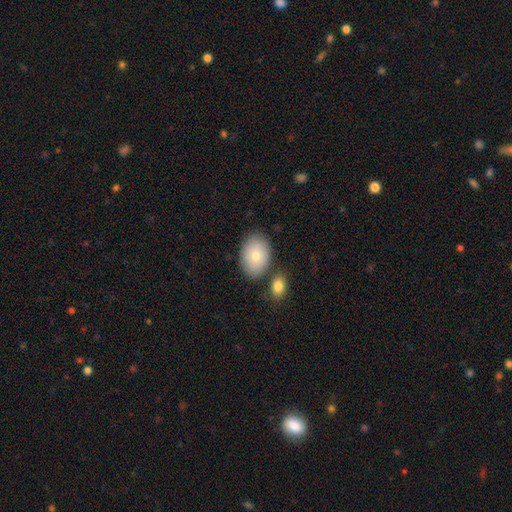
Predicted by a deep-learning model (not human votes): The model was most divided on "smooth or featured": smooth: 77%, featured or disk: 16%, star or artifact: 7%. More confident: how rounded — in between (82%); merging — none (75%).